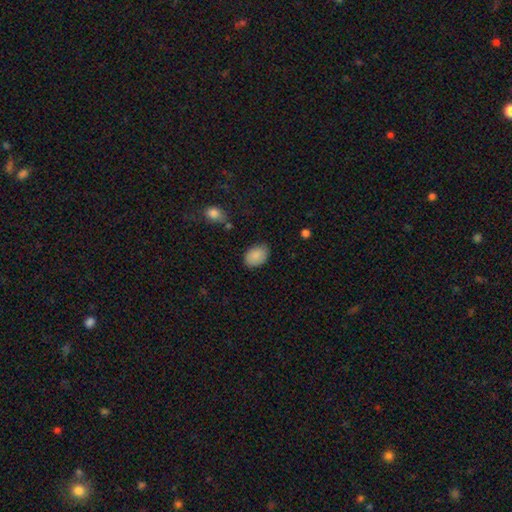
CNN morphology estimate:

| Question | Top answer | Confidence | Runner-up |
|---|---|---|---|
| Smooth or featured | smooth | 87% | star or artifact (7%) |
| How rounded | in between | 82% | round (17%) |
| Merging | none | 75% | minor disturbance (20%) |